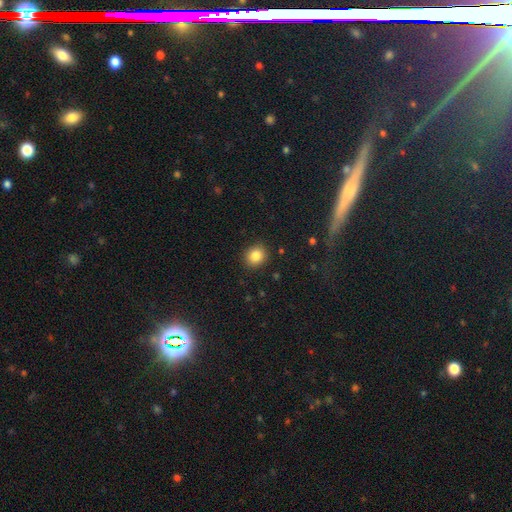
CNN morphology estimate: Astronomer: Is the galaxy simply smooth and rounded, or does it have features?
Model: smooth — 85%.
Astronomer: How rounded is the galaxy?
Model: round — 76%.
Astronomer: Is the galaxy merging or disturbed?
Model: none — 89%.